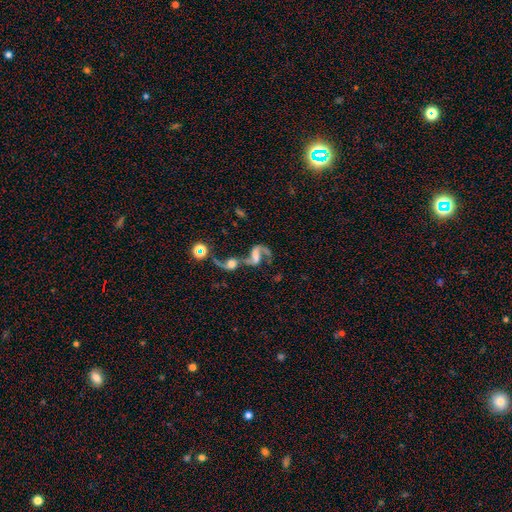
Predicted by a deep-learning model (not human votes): Overall: featured or disk (71%). Edge-on disk: no (95%). Bar: weak (35%; strong 33%). Spiral arms: yes (87%). Spiral arm count: 2 (76%). Spiral winding: loose (73%). Bulge size: none (40%; moderate 25%). Merging: merger (59%; none 20%).